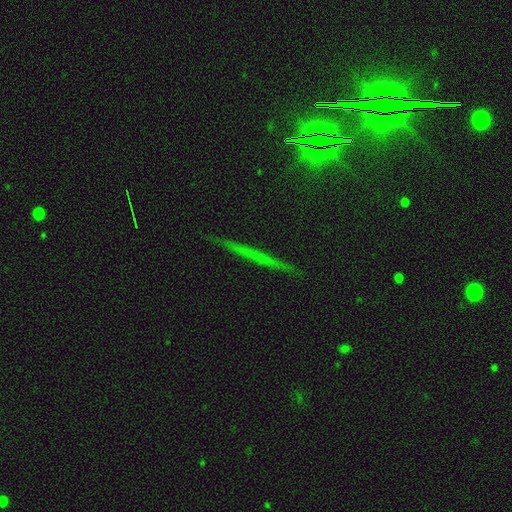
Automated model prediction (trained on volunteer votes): This is marginally a featured or disk galaxy (38%). Merging: clearly none (89%).